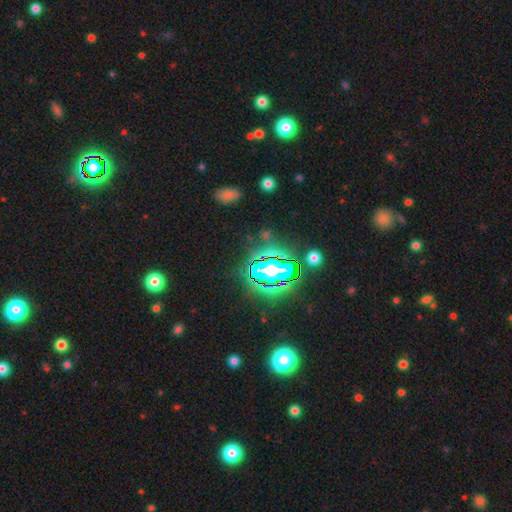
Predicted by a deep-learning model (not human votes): smooth_or_featured: star or artifact (p=0.84) [alt: smooth p=0.09]